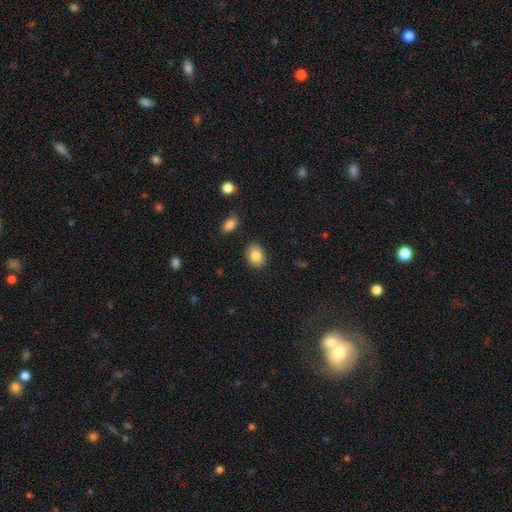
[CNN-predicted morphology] This is clearly a smooth galaxy (83%). How rounded: likely in between (74%). Merging: clearly none (86%).